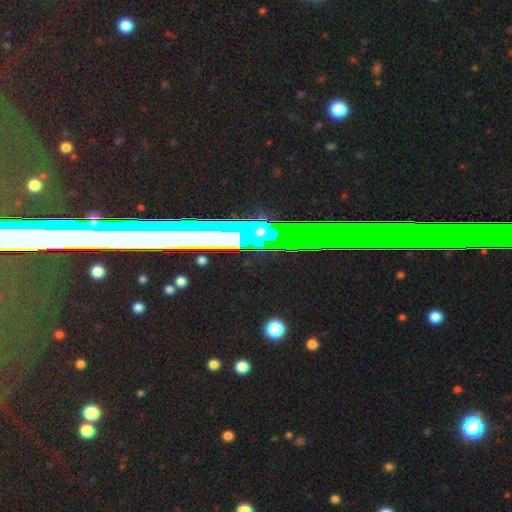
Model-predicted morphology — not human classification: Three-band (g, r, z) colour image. It shows a star or artifact, not a galaxy (71%).